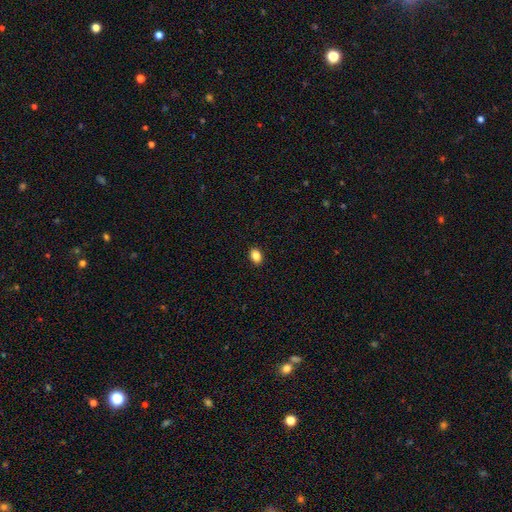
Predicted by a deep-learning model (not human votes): smooth 86%, star or artifact 9%, featured or disk 4%. Down the decision tree: how rounded — in between (75%); merging — none (91%).